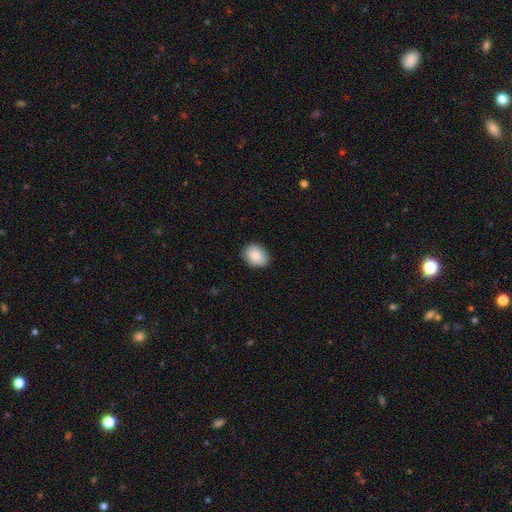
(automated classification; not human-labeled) Smooth or featured?
  - smooth: 84% *
  - featured or disk: 9%
  - star or artifact: 7%
How rounded?
  - in between: 58% *
  - round: 41%
  - cigar-shaped: 1%
Merging?
  - none: 89% *
  - minor disturbance: 8%
  - major disturbance: 2%
  - merger: 1%